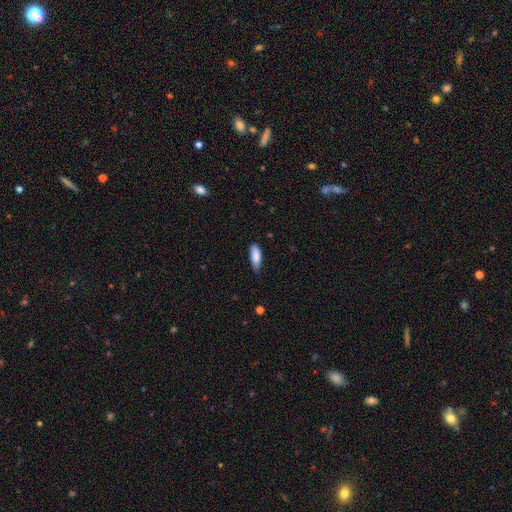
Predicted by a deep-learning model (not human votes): Smooth or featured? Predicted: smooth (p=0.87). How rounded? Predicted: in between (p=0.70). Merging? Predicted: none (p=0.63).